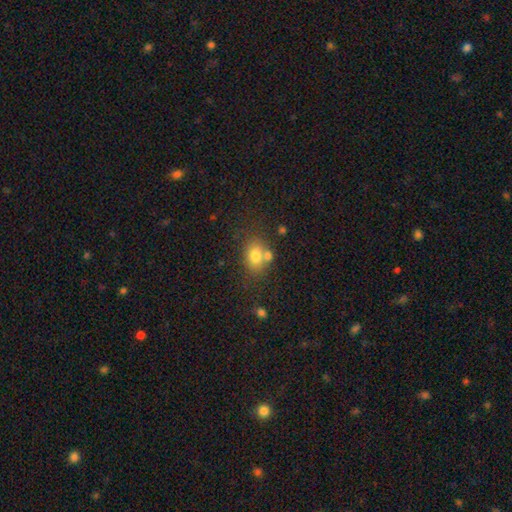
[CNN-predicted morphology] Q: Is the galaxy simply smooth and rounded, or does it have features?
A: smooth — 77%.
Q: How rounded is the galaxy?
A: in between — 66%.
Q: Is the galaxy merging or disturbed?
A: none — 59%.